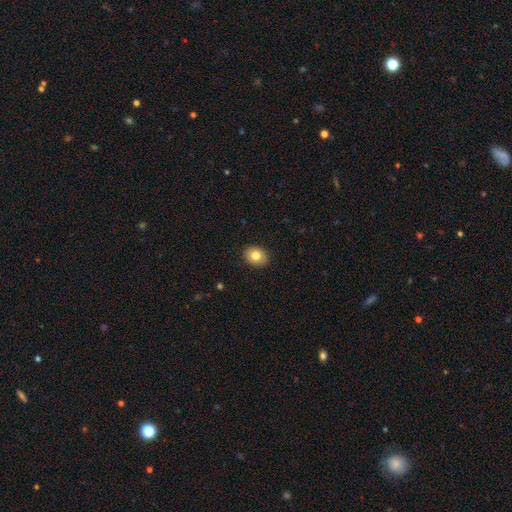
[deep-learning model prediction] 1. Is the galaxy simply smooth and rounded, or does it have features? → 81% smooth, 10% featured or disk, 9% star or artifact.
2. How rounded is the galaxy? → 50% round, 49% in between, 1% cigar-shaped.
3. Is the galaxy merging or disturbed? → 90% none, 7% minor disturbance, 2% major disturbance, 1% merger.